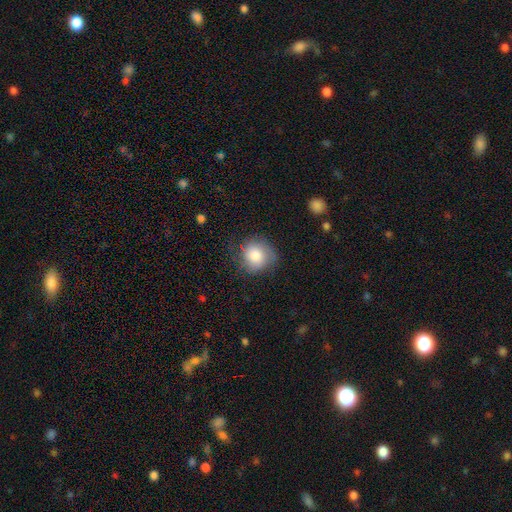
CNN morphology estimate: smooth-or-featured: smooth: 77% | featured or disk: 15% | star or artifact: 8%
  how-rounded: round: 82% | in between: 17% | cigar-shaped: 1%
  merging: none: 63% | minor disturbance: 26% | major disturbance: 9% | merger: 2%